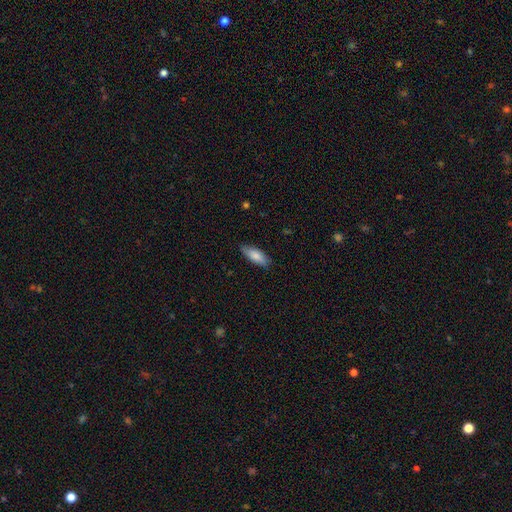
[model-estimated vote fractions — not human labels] Smooth or featured? Predicted: smooth (p=0.81). How rounded? Predicted: in between (p=0.71). Merging? Predicted: none (p=0.84).